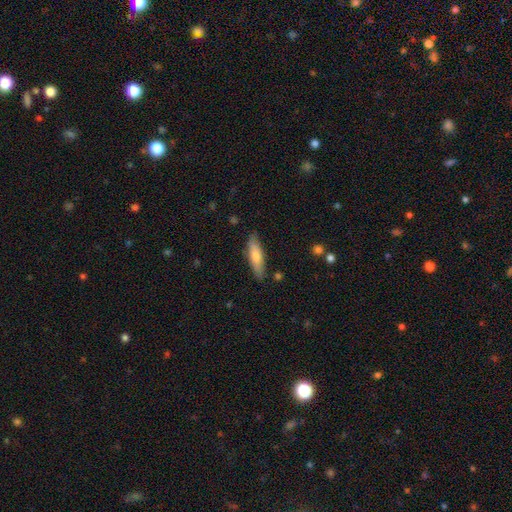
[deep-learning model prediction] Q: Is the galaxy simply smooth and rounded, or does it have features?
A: smooth — 72%.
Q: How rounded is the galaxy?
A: cigar-shaped — 67%.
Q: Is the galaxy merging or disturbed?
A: none — 85%.